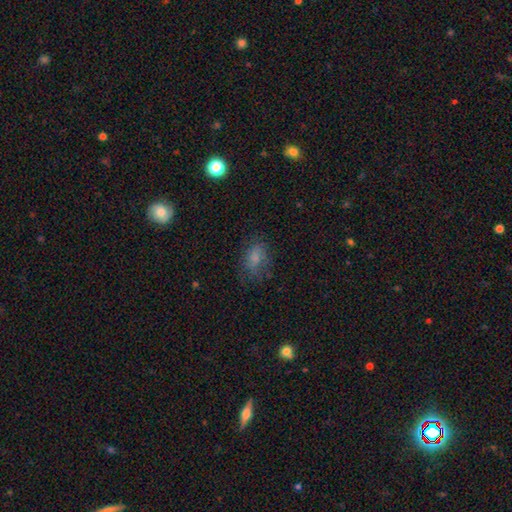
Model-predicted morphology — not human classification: smooth_or_featured: smooth (p=0.67) [alt: star or artifact p=0.18]
how_rounded: in between (p=0.77) [alt: round p=0.21]
merging: none (p=0.68) [alt: minor disturbance p=0.20]